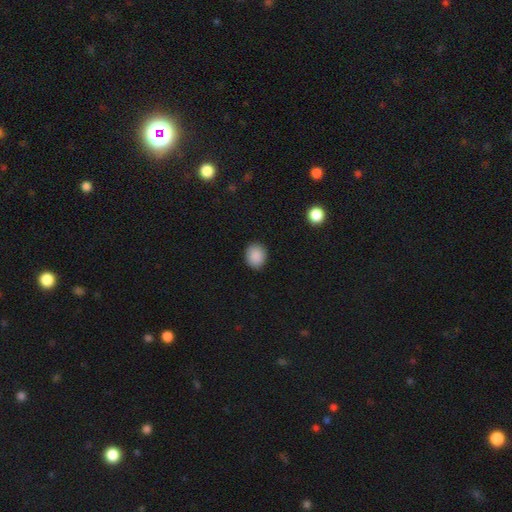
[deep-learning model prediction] Smooth or featured? smooth (89%)
How rounded? round (62%)
Merging? none (88%)